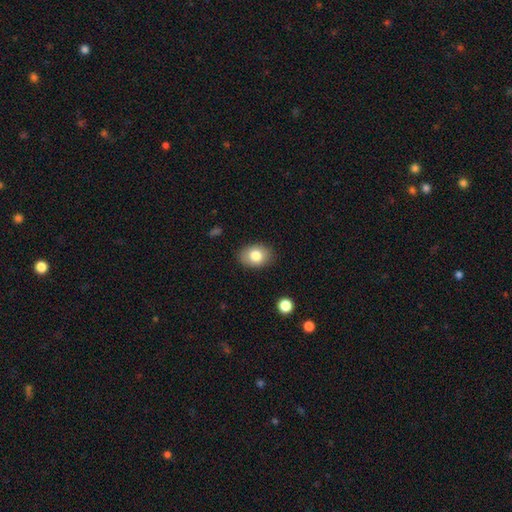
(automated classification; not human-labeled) Morphology: type=smooth (80%); roundness=in between (72%); merging=none (86%).